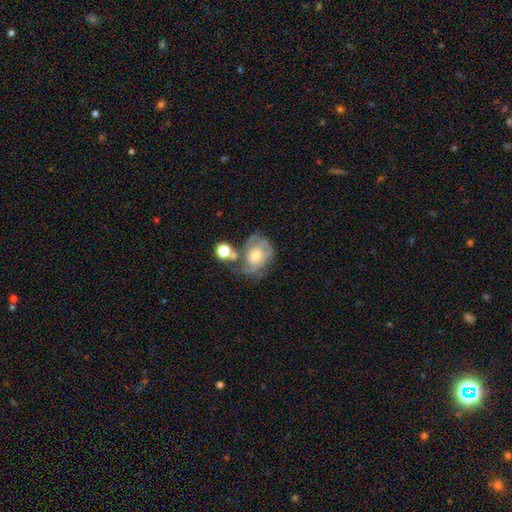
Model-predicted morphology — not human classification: Overall: featured or disk (70%). Edge-on disk: no (97%). Bar: no (77%). Spiral arms: yes (83%). Spiral arm count: can't tell (36%; 2 30%). Spiral winding: tight (51%; medium 36%). Bulge size: moderate (63%; small 25%). Merging: none (39%; minor disturbance 22%).